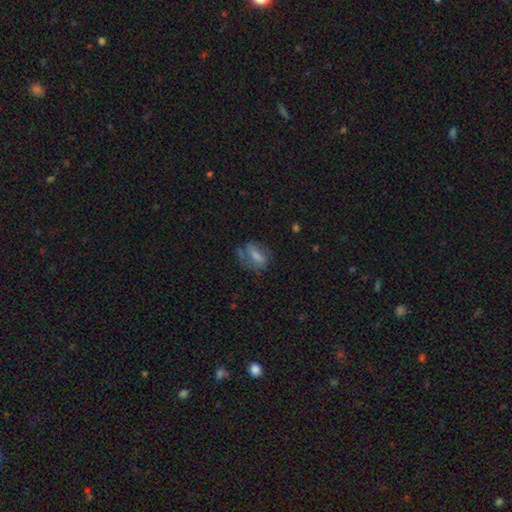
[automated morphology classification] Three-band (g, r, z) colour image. It shows a smooth galaxy with no disk features (58%) that is in between round and cigar-shaped (76%). Merging: none (47%).